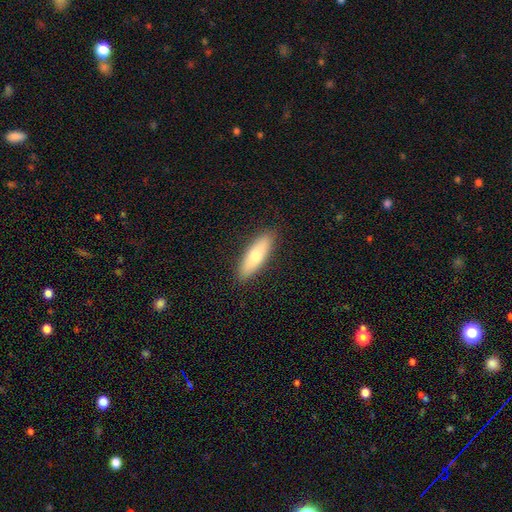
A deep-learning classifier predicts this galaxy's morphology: A smooth galaxy with no disk features (68%) that is in between round and cigar-shaped (51%).

Vote fractions:
- Smooth or featured? smooth: 68% / featured or disk: 26% / star or artifact: 6%
- How rounded? in between: 51% / cigar-shaped: 47% / round: 2%
- Merging? none: 90% / minor disturbance: 8% / major disturbance: 2% / merger: 1%